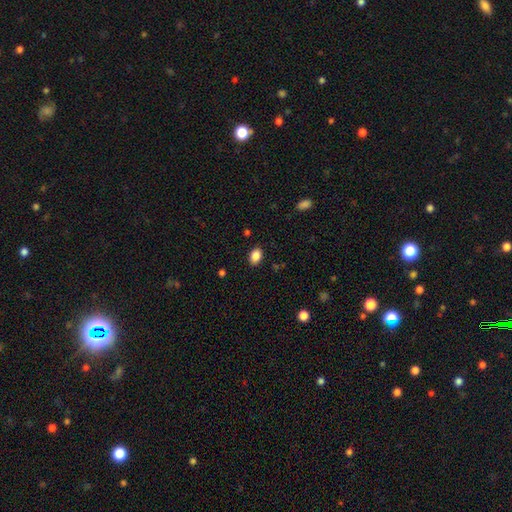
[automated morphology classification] A smooth galaxy with no disk features (87%) that is in between round and cigar-shaped (80%). Merging: none (88%).